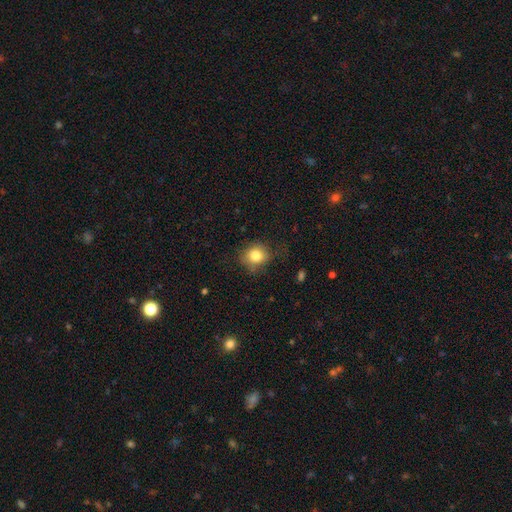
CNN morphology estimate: This appears to be a smooth galaxy with no disk features (81%) that is round (78%). Merging: none (73%).